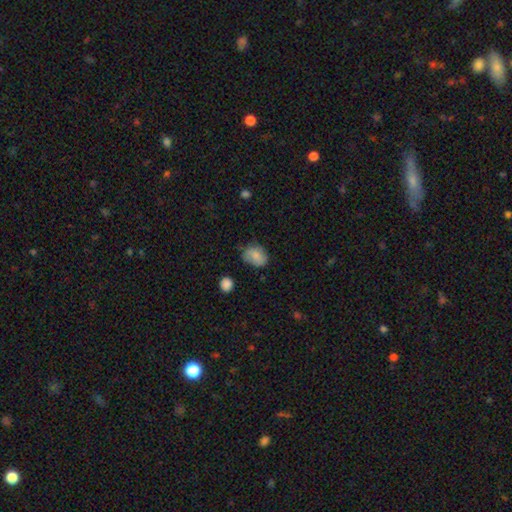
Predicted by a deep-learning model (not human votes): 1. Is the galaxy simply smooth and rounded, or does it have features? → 74% smooth, 18% featured or disk, 8% star or artifact.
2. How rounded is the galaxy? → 61% in between, 38% round, 1% cigar-shaped.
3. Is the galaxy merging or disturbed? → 59% none, 31% minor disturbance, 8% major disturbance, 2% merger.